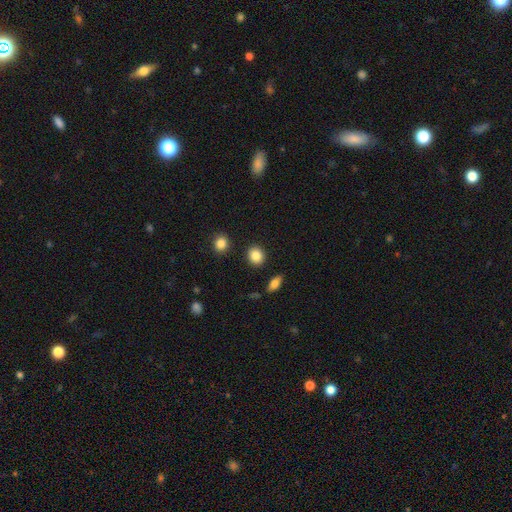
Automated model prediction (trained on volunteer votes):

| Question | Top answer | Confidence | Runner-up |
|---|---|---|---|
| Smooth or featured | smooth | 87% | star or artifact (8%) |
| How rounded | round | 71% | in between (28%) |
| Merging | none | 89% | minor disturbance (6%) |